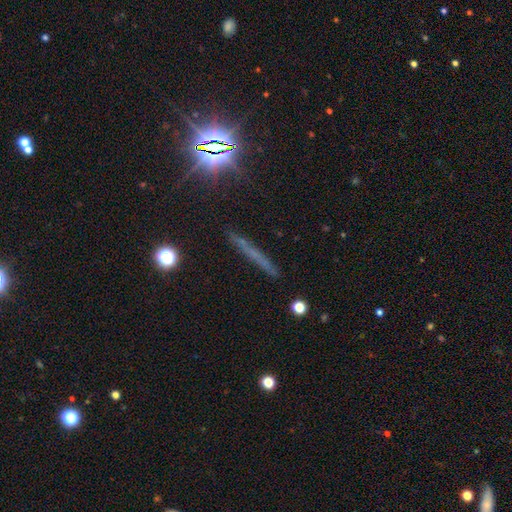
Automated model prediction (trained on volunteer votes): Overall: smooth (41%; featured or disk 37%). Merging: none (85%).